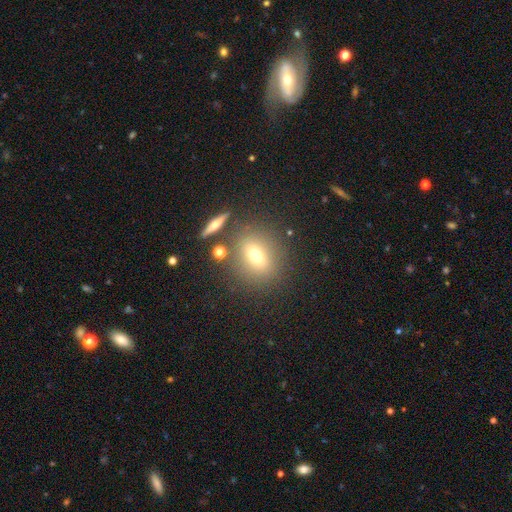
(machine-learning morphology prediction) Smooth or featured? smooth (67%)
How rounded? in between (50%)
Merging? none (78%)